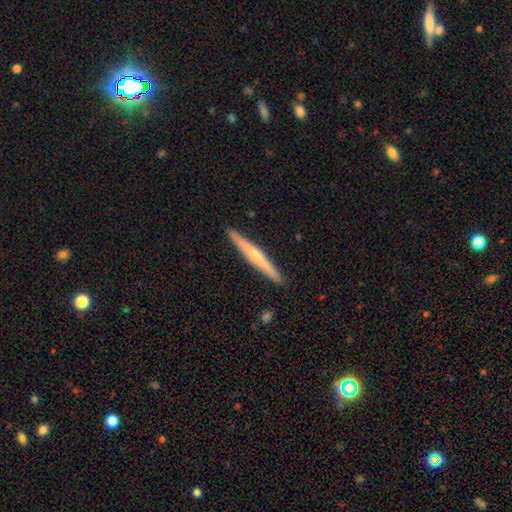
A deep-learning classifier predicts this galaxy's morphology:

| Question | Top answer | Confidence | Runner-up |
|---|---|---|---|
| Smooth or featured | featured or disk | 52% | smooth (43%) |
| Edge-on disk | yes | 97% | no (3%) |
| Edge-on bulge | rounded | 55% | none (39%) |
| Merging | none | 92% | minor disturbance (6%) |